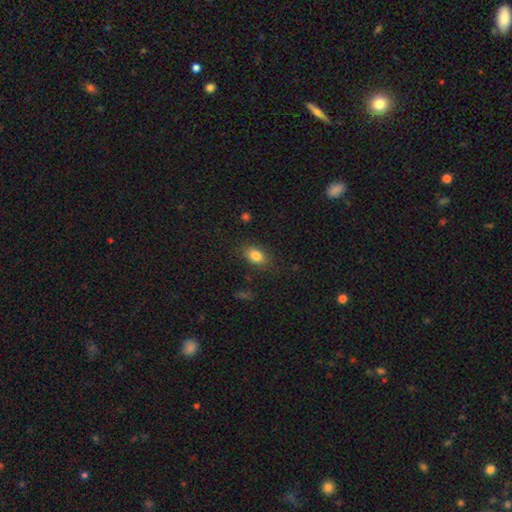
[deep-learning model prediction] smooth 83%, star or artifact 9%, featured or disk 8%. Down the decision tree: how rounded — in between (84%); merging — none (84%).